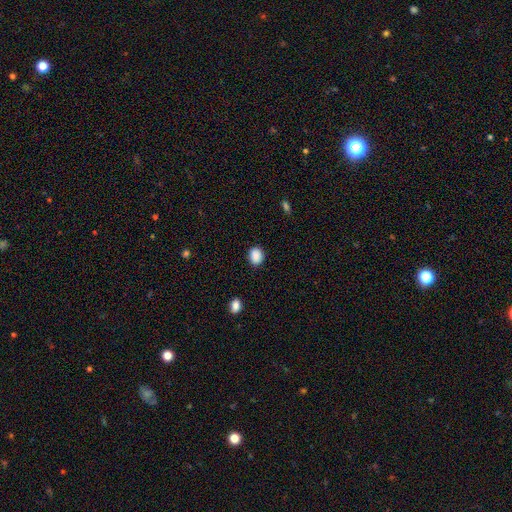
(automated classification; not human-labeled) smooth_or_featured: smooth (p=0.89) [alt: star or artifact p=0.08]
how_rounded: round (p=0.57) [alt: in between p=0.42]
merging: none (p=0.87) [alt: minor disturbance p=0.09]